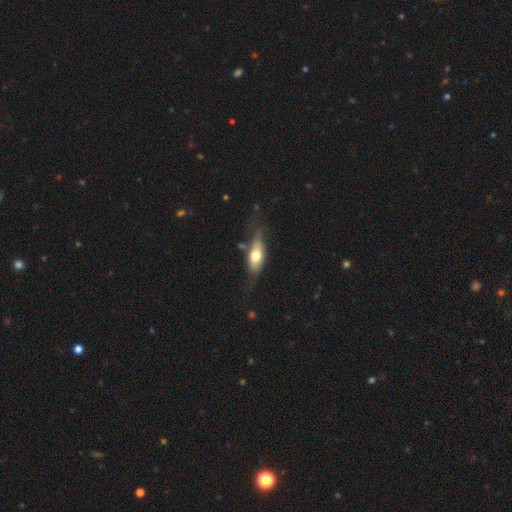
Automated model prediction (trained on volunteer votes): Smooth or featured: smooth — 61% (featured or disk — 33%)
How rounded: in between — 72% (cigar-shaped — 24%)
Merging: none — 59% (minor disturbance — 26%)